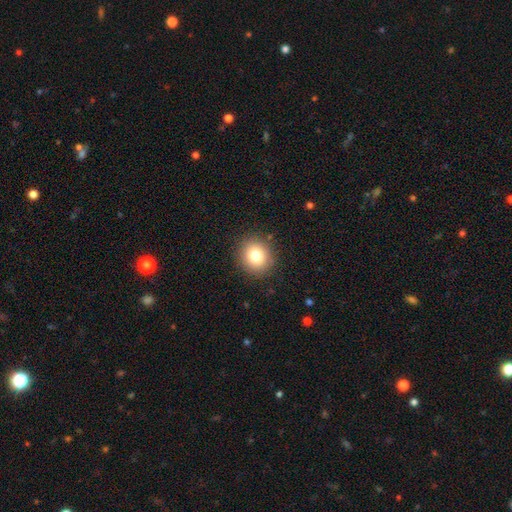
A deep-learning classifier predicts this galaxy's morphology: Smooth or featured: smooth — 80% (star or artifact — 11%)
How rounded: round — 82% (in between — 18%)
Merging: none — 89% (minor disturbance — 8%)